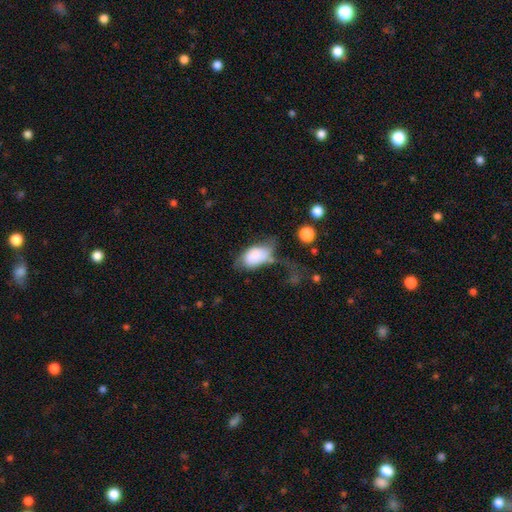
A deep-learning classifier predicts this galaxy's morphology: A smooth galaxy with no disk features (76%) that is in between round and cigar-shaped (92%). Merging: major disturbance (40%).